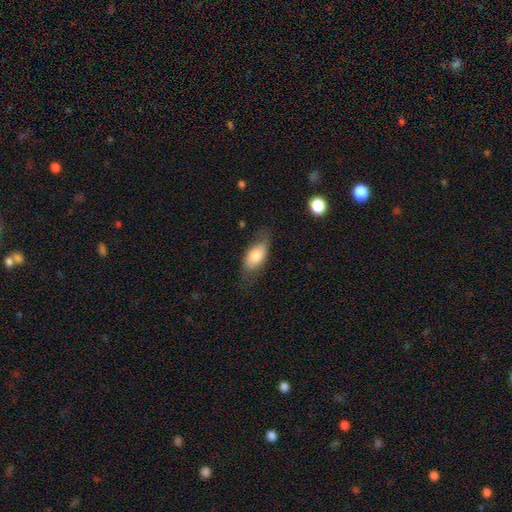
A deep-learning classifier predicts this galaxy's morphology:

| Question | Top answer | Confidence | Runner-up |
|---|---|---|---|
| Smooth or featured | smooth | 76% | featured or disk (18%) |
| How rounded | in between | 88% | cigar-shaped (7%) |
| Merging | none | 64% | minor disturbance (25%) |